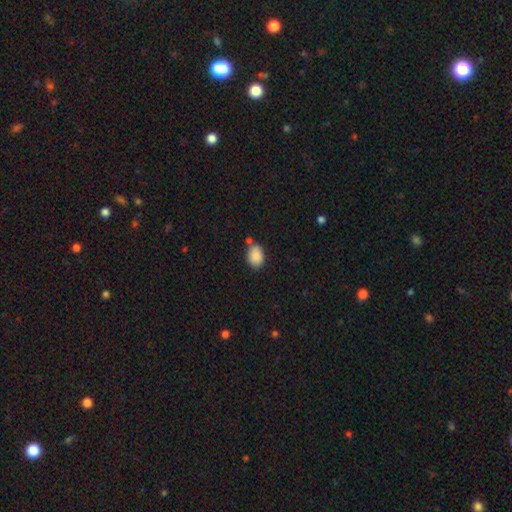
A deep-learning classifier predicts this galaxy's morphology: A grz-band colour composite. It shows a smooth galaxy with no disk features (88%) that is in between round and cigar-shaped (75%). Merging: none (66%).